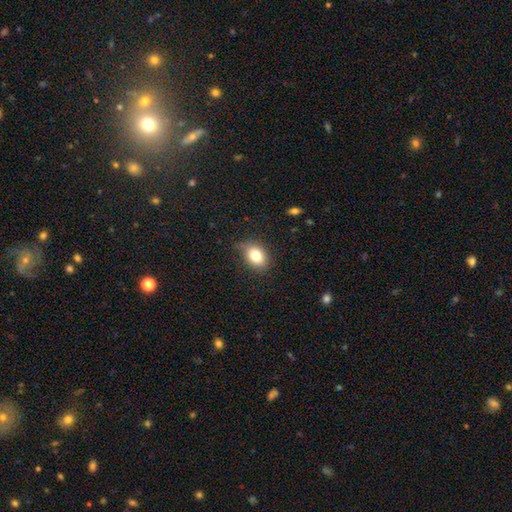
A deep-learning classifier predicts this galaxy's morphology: type=smooth (81%); roundness=in between (73%); merging=none (73%).